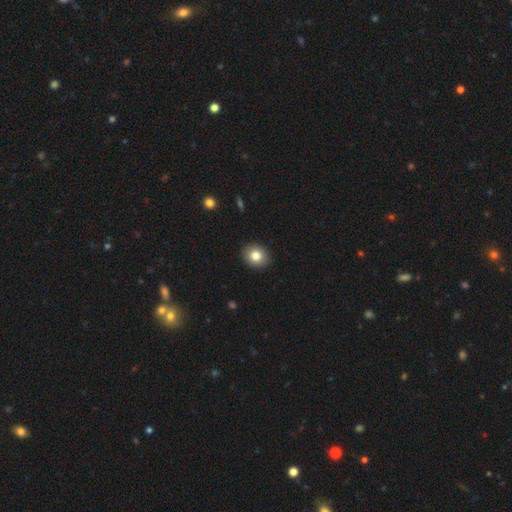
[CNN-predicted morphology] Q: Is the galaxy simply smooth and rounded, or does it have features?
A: smooth — 83%.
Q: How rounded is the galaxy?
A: round — 60%.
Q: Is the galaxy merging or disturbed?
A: none — 91%.